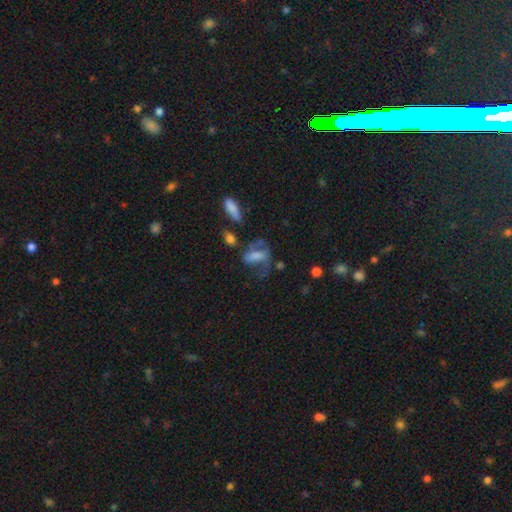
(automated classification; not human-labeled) smooth-or-featured: featured or disk: 49% | smooth: 37% | star or artifact: 13%
  merging: none: 37% | major disturbance: 33% | minor disturbance: 20% | merger: 10%